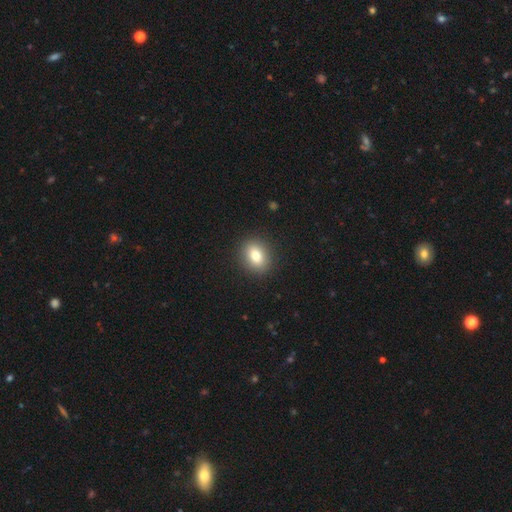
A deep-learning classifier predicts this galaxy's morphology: Smooth or featured?
  - smooth: 79% *
  - featured or disk: 11%
  - star or artifact: 10%
How rounded?
  - in between: 54% *
  - round: 45%
  - cigar-shaped: 1%
Merging?
  - none: 90% *
  - minor disturbance: 7%
  - major disturbance: 2%
  - merger: 1%